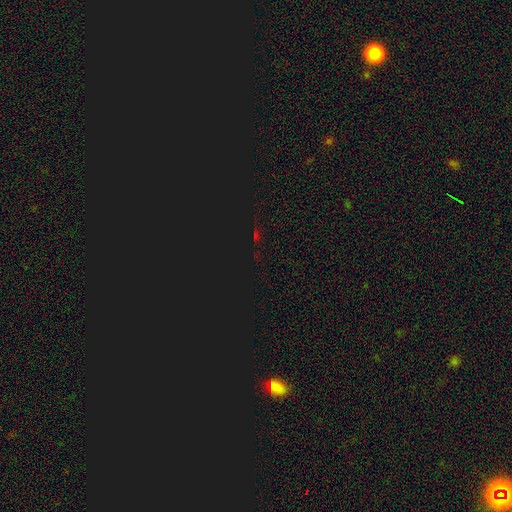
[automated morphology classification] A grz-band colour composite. It shows a star or artifact, not a galaxy (78%).